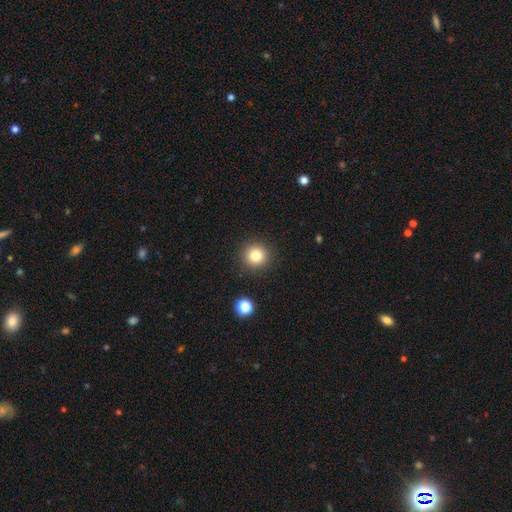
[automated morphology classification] This is clearly a smooth galaxy (80%). How rounded: clearly round (94%). Merging: clearly none (90%).